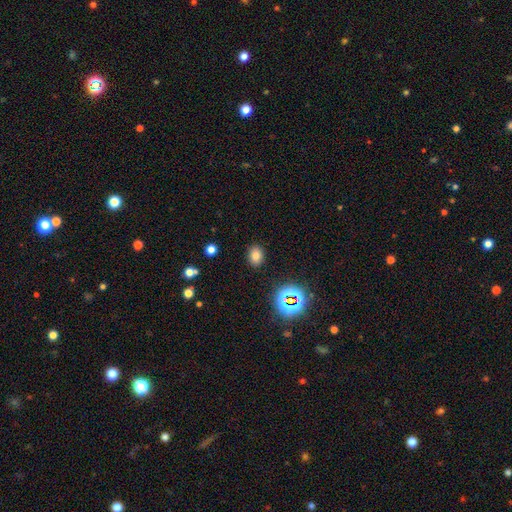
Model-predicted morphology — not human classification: smooth-or-featured: smooth: 74% | star or artifact: 18% | featured or disk: 8%
  how-rounded: in between: 64% | round: 35% | cigar-shaped: 1%
  merging: none: 87% | minor disturbance: 8% | major disturbance: 3% | merger: 2%